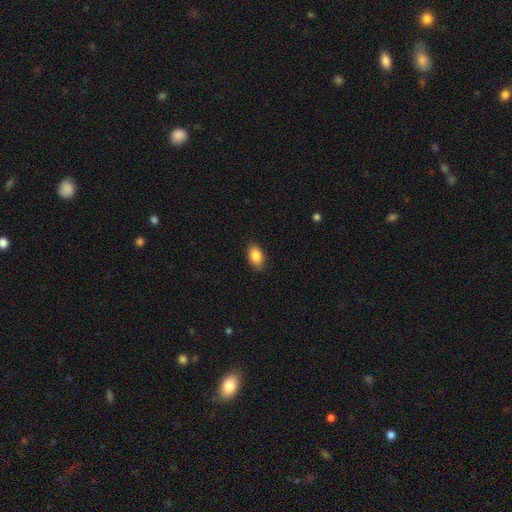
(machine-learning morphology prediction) type=smooth (87%); roundness=in between (89%); merging=none (88%).